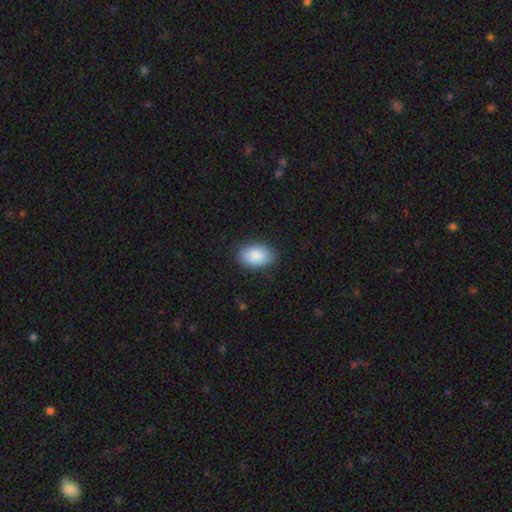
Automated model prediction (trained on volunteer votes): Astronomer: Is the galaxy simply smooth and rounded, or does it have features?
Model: smooth — 88%.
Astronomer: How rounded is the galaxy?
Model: in between — 88%.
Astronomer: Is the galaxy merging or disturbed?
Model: none — 86%.